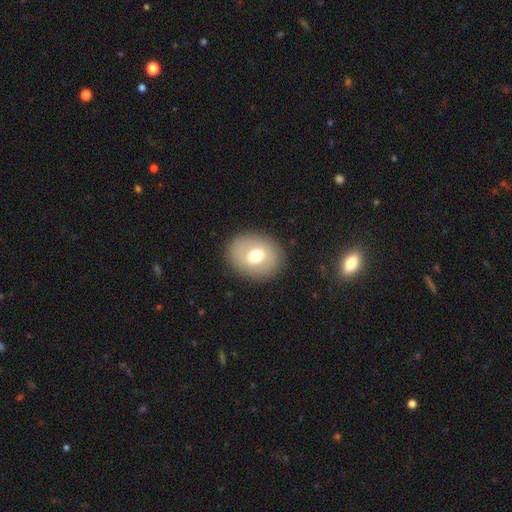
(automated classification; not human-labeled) Morphology: type=smooth (63%); roundness=round (51%); merging=none (86%).